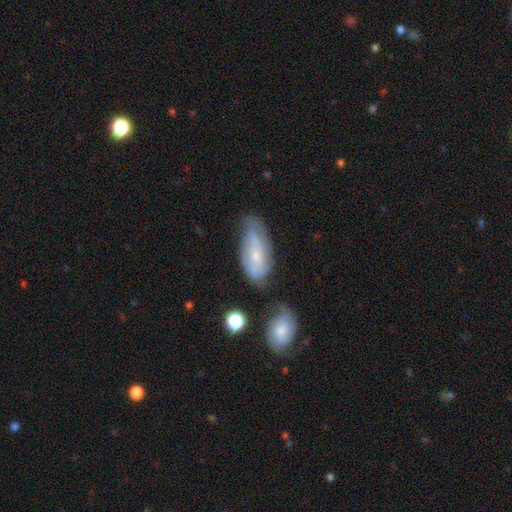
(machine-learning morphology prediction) The model was most divided on "smooth or featured": featured or disk: 51%, smooth: 41%, star or artifact: 8%. More confident: edge-on disk — no (87%); merging — none (51%).